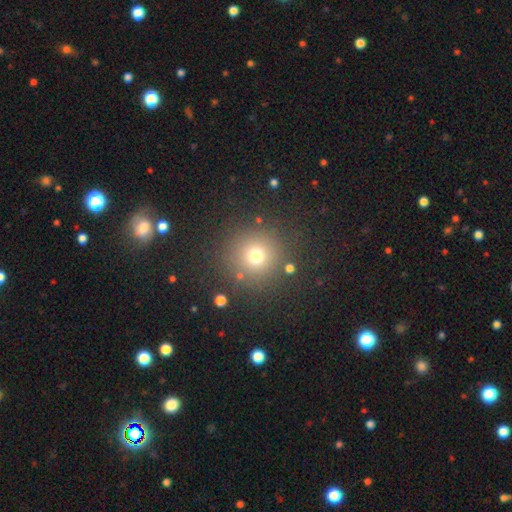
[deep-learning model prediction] Smooth or featured: smooth — 71% (star or artifact — 21%)
How rounded: round — 94% (in between — 5%)
Merging: none — 86% (minor disturbance — 7%)